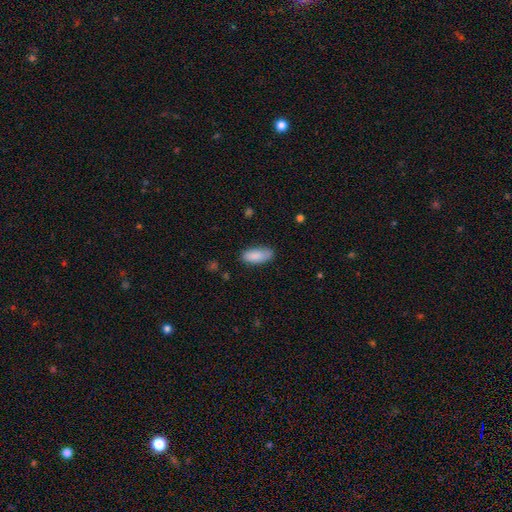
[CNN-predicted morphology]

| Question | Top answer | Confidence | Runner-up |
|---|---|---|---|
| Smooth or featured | smooth | 88% | star or artifact (6%) |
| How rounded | in between | 87% | cigar-shaped (11%) |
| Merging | none | 77% | minor disturbance (18%) |